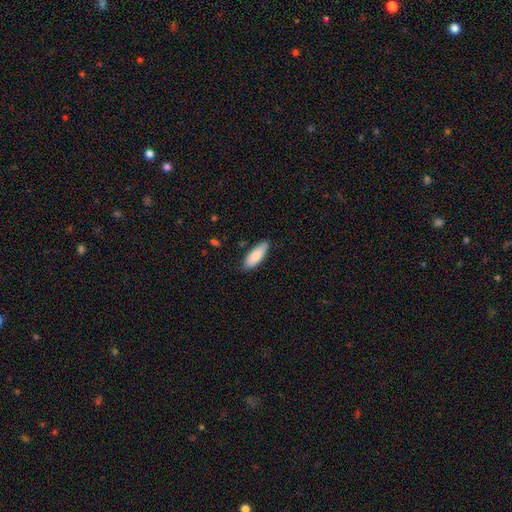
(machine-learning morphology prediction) Smooth or featured?
  - smooth: 85% *
  - featured or disk: 9%
  - star or artifact: 6%
How rounded?
  - in between: 71% *
  - cigar-shaped: 27%
  - round: 2%
Merging?
  - none: 81% *
  - minor disturbance: 16%
  - major disturbance: 2%
  - merger: 1%